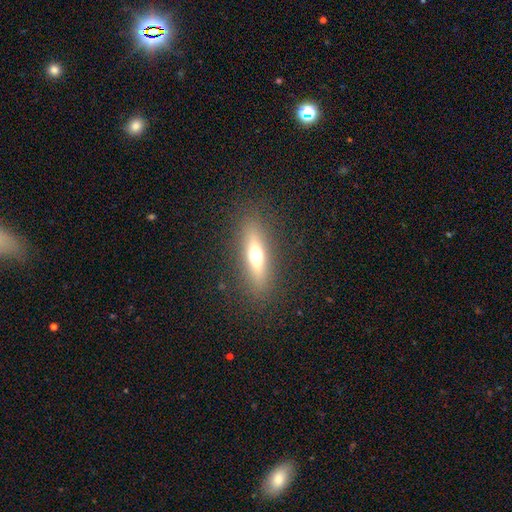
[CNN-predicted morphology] A smooth galaxy with no disk features (47%). Merging: none (87%).